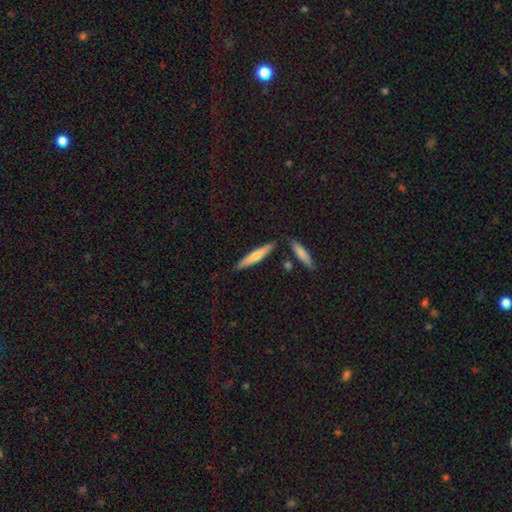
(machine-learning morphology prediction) Smooth or featured: smooth — 60% (featured or disk — 35%)
How rounded: cigar-shaped — 89% (in between — 9%)
Merging: none — 82% (minor disturbance — 10%)